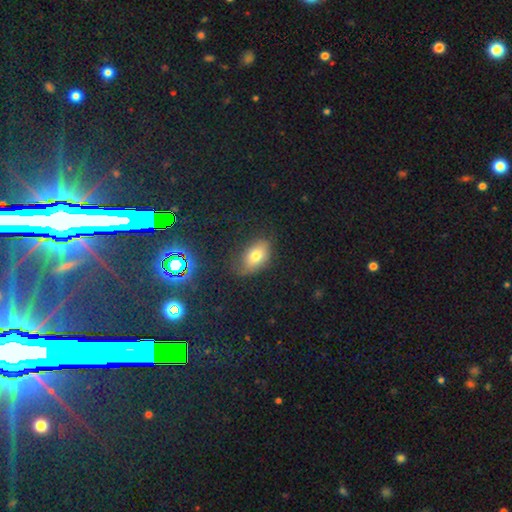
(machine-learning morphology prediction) A smooth galaxy with no disk features (71%) that is in between round and cigar-shaped (87%). Merging: none (67%).